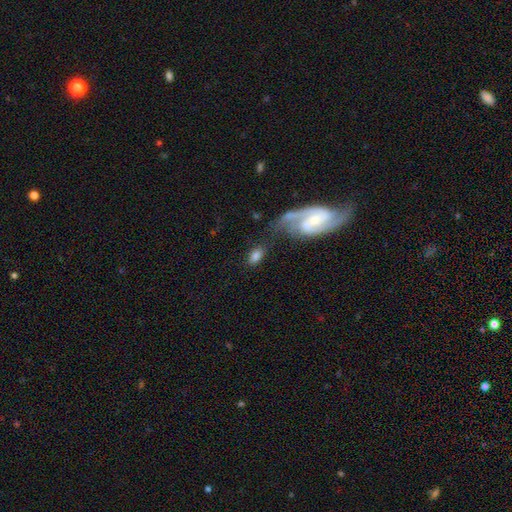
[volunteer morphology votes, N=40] Smooth or featured?
  - smooth: 68% *
  - featured or disk: 28%
  - star or artifact: 5%
How rounded?
  - in between: 100% *
  - round: 0%
  - cigar-shaped: 0%
Merging?
  - none: 53% *
  - merger: 26%
  - minor disturbance: 18%
  - major disturbance: 3%